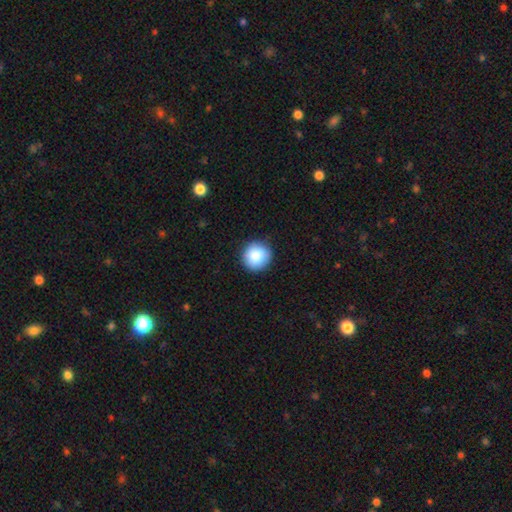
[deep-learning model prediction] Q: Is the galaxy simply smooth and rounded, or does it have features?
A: smooth — 87%.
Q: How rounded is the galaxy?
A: round — 94%.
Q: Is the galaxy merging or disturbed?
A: none — 89%.